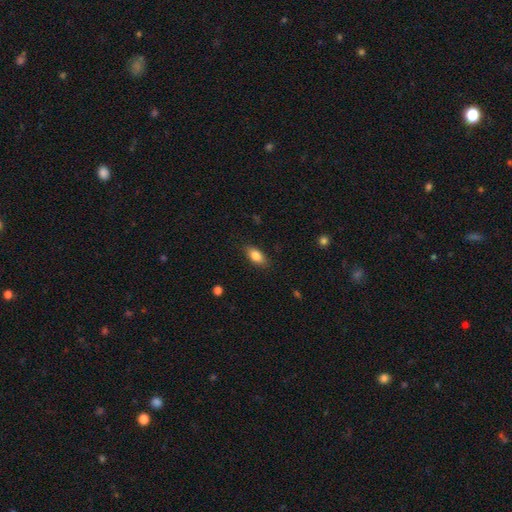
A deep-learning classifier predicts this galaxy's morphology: smooth-or-featured: smooth: 83% | featured or disk: 9% | star or artifact: 8%
  how-rounded: in between: 86% | cigar-shaped: 8% | round: 6%
  merging: none: 83% | minor disturbance: 13% | major disturbance: 3% | merger: 1%